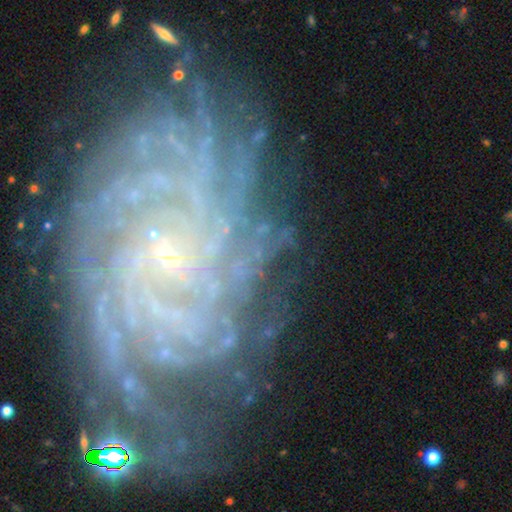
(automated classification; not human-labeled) Smooth or featured: featured or disk — 86% (star or artifact — 9%)
Edge-on disk: no — 97% (yes — 3%)
Bar: no — 57% (weak — 32%)
Spiral arms: yes — 97% (no — 3%)
Spiral winding: tight — 73% (medium — 21%)
Spiral arm count: more than 4 — 38% (can't tell — 21%)
Bulge size: small — 84% (moderate — 8%)
Merging: none — 69% (minor disturbance — 18%)